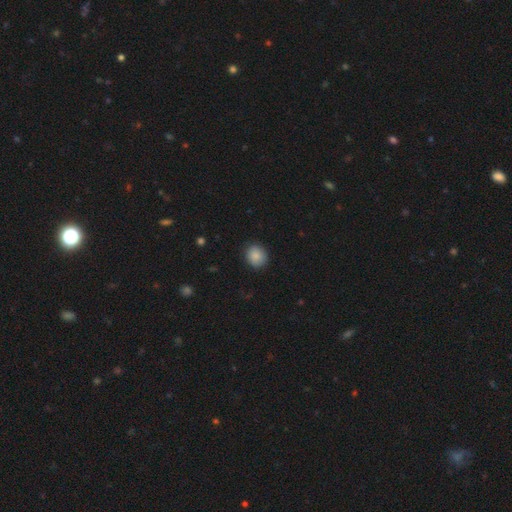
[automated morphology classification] Overall: smooth (88%). How rounded: round (78%). Merging: none (87%).